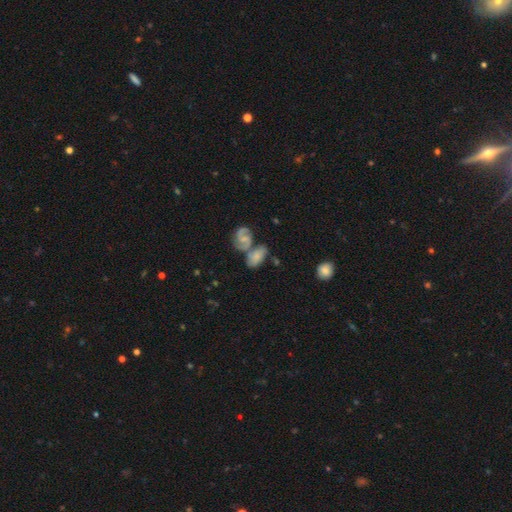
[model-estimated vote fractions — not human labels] Smooth or featured? featured or disk (46%)
Merging? merger (48%)